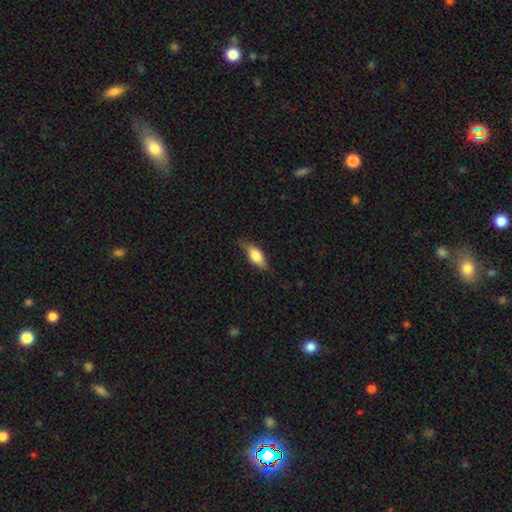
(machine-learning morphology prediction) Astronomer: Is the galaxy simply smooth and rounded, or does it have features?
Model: smooth — 70%.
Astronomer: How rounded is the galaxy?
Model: in between — 78%.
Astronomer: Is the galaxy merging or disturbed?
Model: none — 73%.